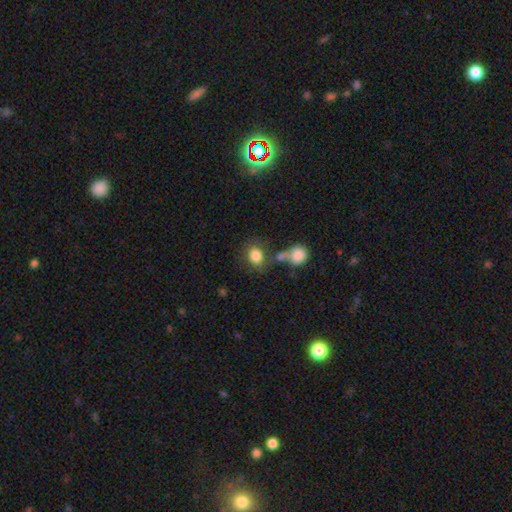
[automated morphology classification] smooth_or_featured: smooth (p=0.83) [alt: star or artifact p=0.09]
how_rounded: in between (p=0.51) [alt: round p=0.48]
merging: none (p=0.55) [alt: merger p=0.24]